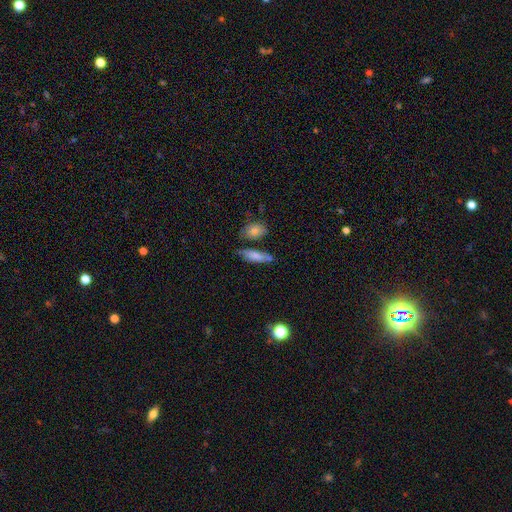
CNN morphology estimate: A smooth galaxy with no disk features (75%) that is in between round and cigar-shaped (53%). Merging: none (55%).